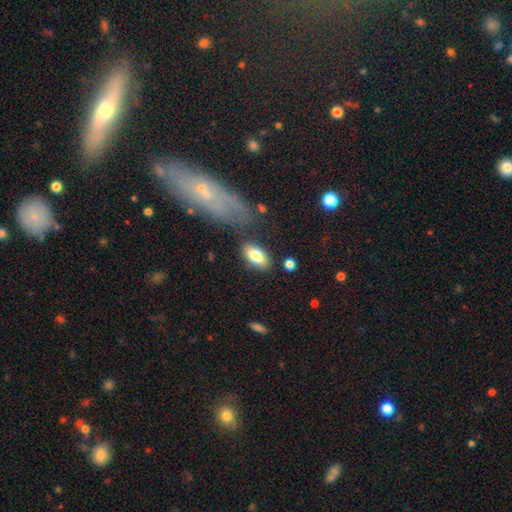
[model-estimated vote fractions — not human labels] Smooth or featured? smooth (80%)
How rounded? in between (91%)
Merging? none (80%)